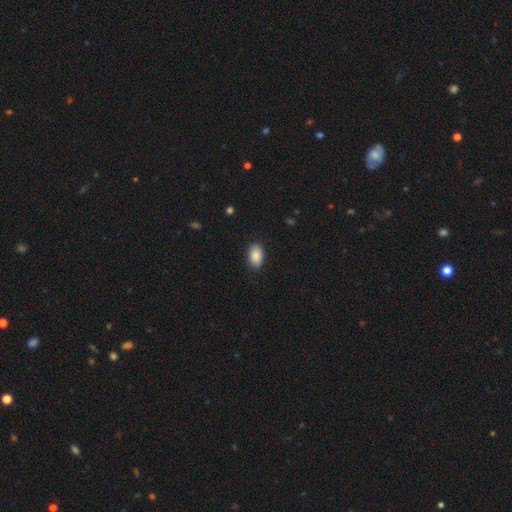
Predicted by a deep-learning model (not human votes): smooth 88%, star or artifact 7%, featured or disk 5%. Down the decision tree: how rounded — in between (92%); merging — none (86%).